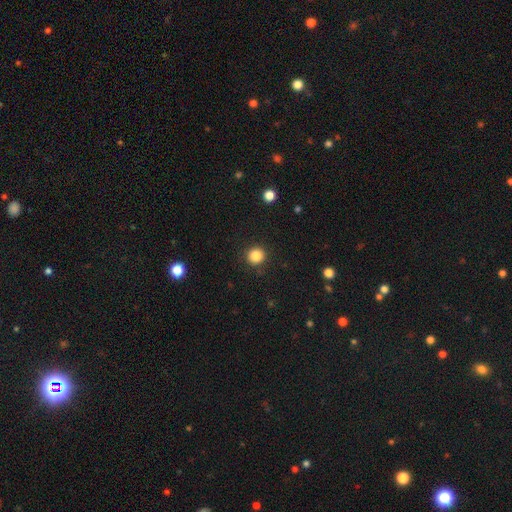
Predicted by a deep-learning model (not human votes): smooth 85%, star or artifact 11%, featured or disk 4%. Down the decision tree: how rounded — round (93%); merging — none (90%).